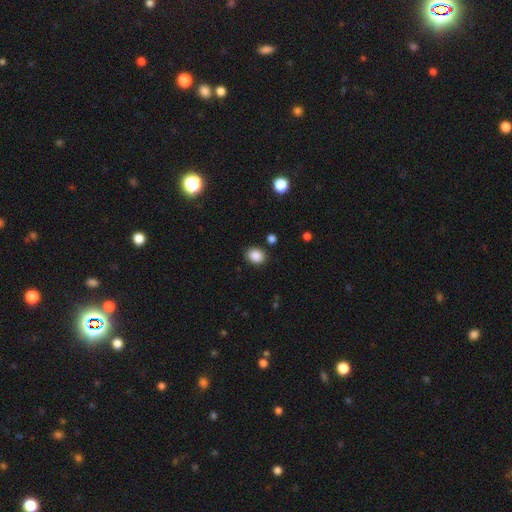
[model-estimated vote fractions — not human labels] Smooth or featured? Predicted: smooth (p=0.88). How rounded? Predicted: round (p=0.50). Merging? Predicted: none (p=0.86).